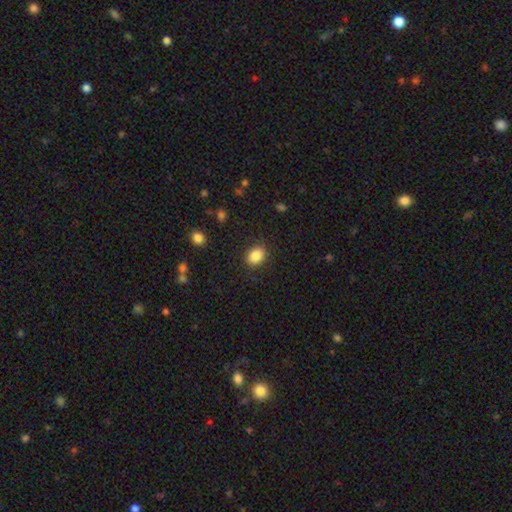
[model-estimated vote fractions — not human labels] smooth-or-featured: smooth: 87% | star or artifact: 9% | featured or disk: 4%
  how-rounded: in between: 59% | round: 40% | cigar-shaped: 1%
  merging: none: 87% | minor disturbance: 9% | major disturbance: 3% | merger: 1%